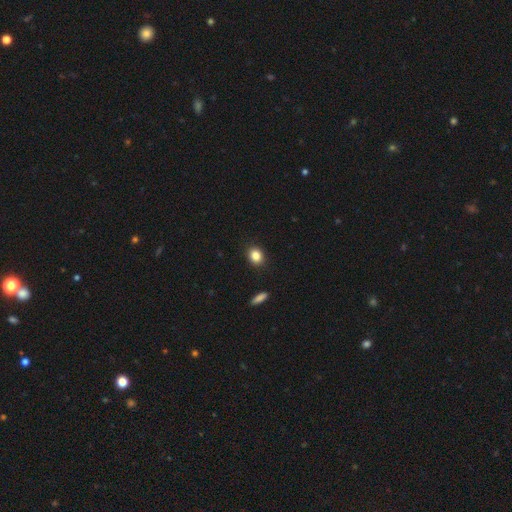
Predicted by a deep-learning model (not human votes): This appears to be a smooth galaxy with no disk features (85%) that is round (63%). Merging: none (90%).